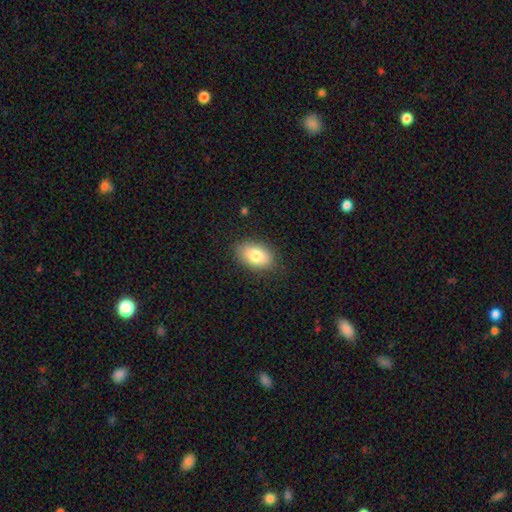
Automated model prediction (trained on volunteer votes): Q: Smooth or featured?
A: smooth (80%); runner-up: featured or disk (12%)
Q: How rounded?
A: in between (90%); runner-up: round (9%)
Q: Merging?
A: none (84%); runner-up: minor disturbance (12%)